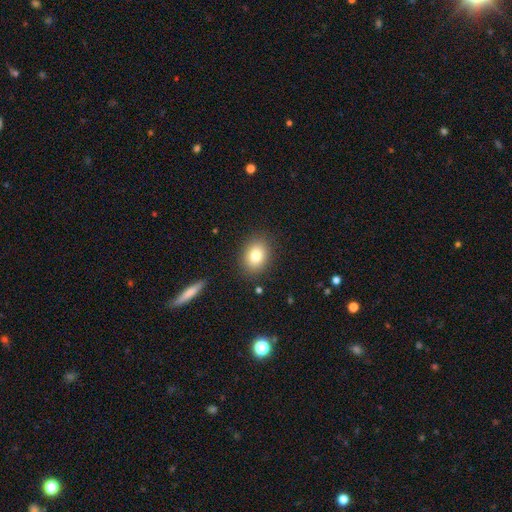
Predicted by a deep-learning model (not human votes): smooth 80%, featured or disk 10%, star or artifact 10%. Down the decision tree: how rounded — in between (59%); merging — none (86%).